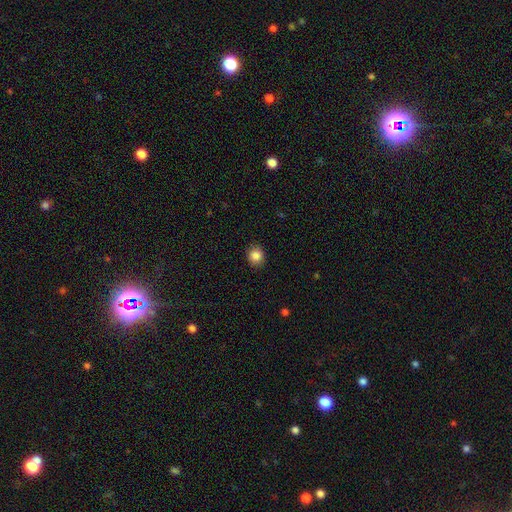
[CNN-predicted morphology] smooth_or_featured: smooth (p=0.86) [alt: star or artifact p=0.10]
how_rounded: round (p=0.86) [alt: in between p=0.13]
merging: none (p=0.90) [alt: minor disturbance p=0.07]